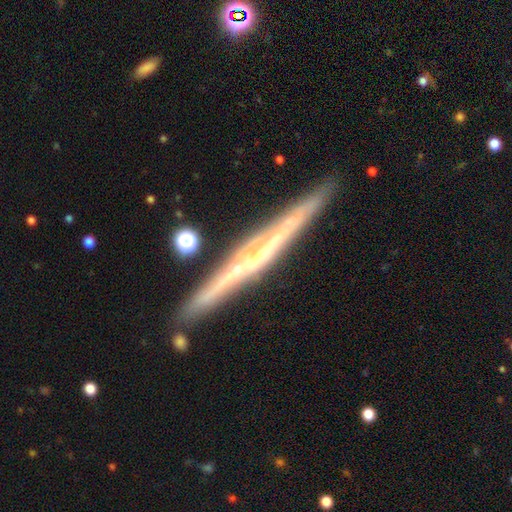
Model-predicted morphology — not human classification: type=featured or disk (76%); edge-on=yes (98%); edge-on bulge=none (63%); merging=none (89%).